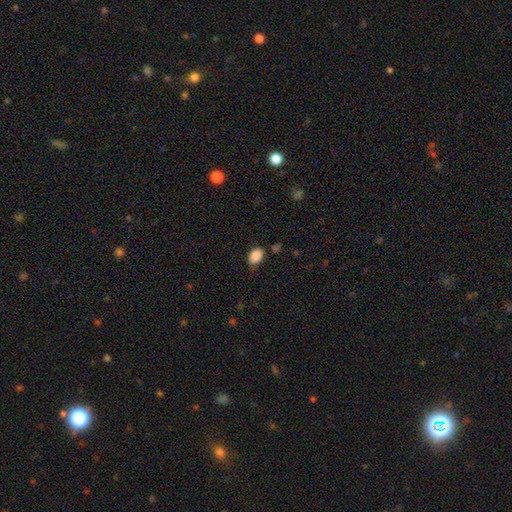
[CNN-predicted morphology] This is clearly a smooth galaxy (88%). How rounded: likely in between (78%). Merging: likely none (62%).